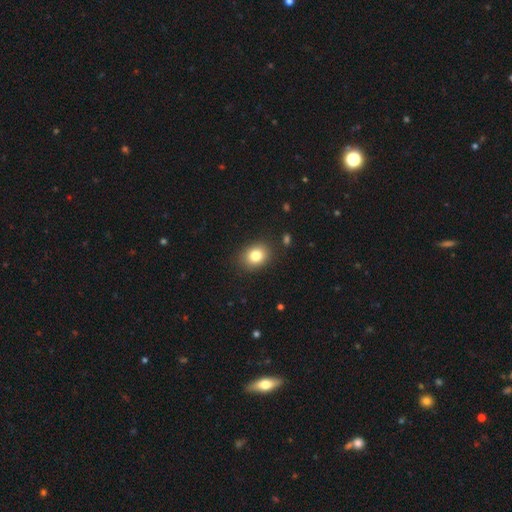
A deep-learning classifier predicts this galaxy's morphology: This appears to be a smooth galaxy with no disk features (82%) that is round (51%). Merging: none (87%).